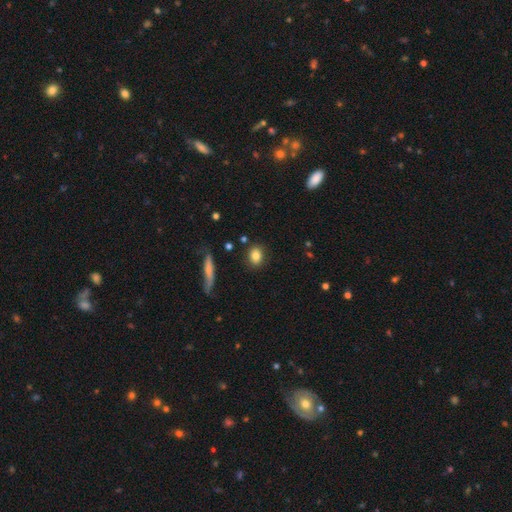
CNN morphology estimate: smooth 82%, featured or disk 9%, star or artifact 9%. Down the decision tree: how rounded — in between (50%); merging — none (85%).